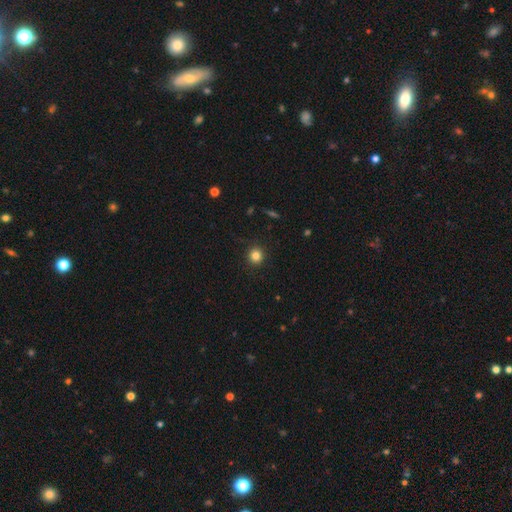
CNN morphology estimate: A smooth galaxy with no disk features (83%) that is round (94%).

Vote fractions:
- Smooth or featured? smooth: 83% / star or artifact: 12% / featured or disk: 5%
- How rounded? round: 94% / in between: 5% / cigar-shaped: 1%
- Merging? none: 91% / minor disturbance: 6% / major disturbance: 2% / merger: 1%